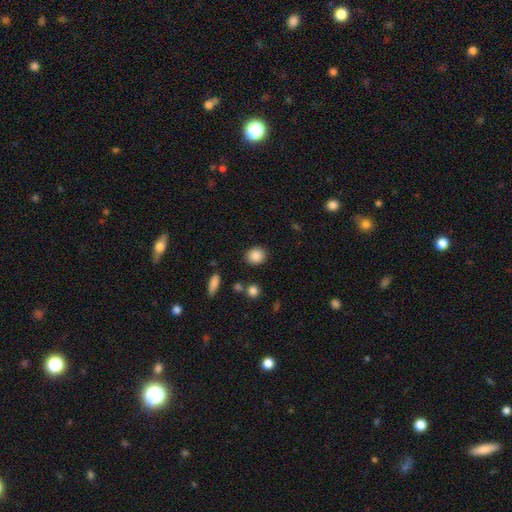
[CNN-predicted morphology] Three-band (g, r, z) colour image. It shows a smooth galaxy with no disk features (87%) that is round (74%). Merging: none (87%).